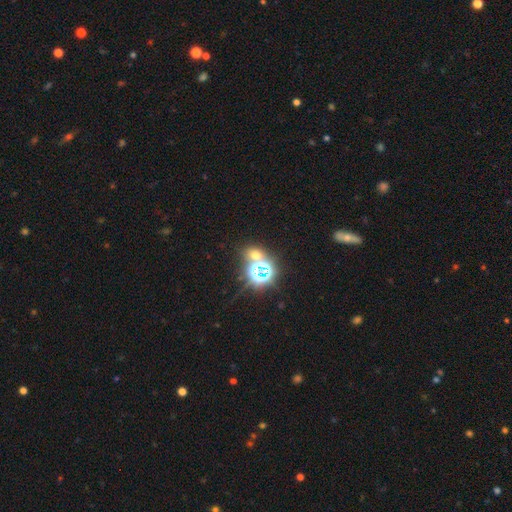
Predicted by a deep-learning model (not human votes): Overall: star or artifact (55%; smooth 37%).